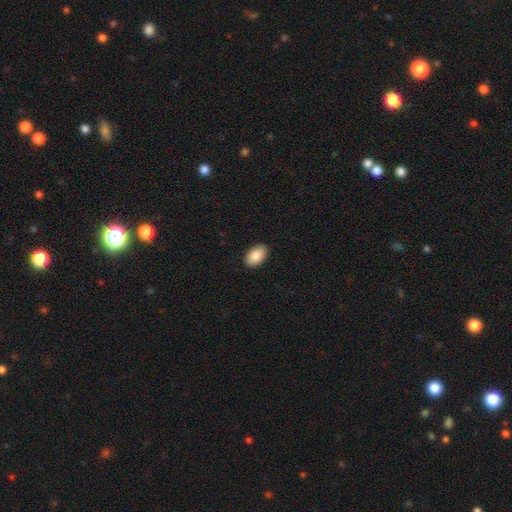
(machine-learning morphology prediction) Smooth or featured?
  - smooth: 86% *
  - featured or disk: 7%
  - star or artifact: 7%
How rounded?
  - in between: 92% *
  - round: 7%
  - cigar-shaped: 1%
Merging?
  - none: 90% *
  - minor disturbance: 7%
  - major disturbance: 2%
  - merger: 1%